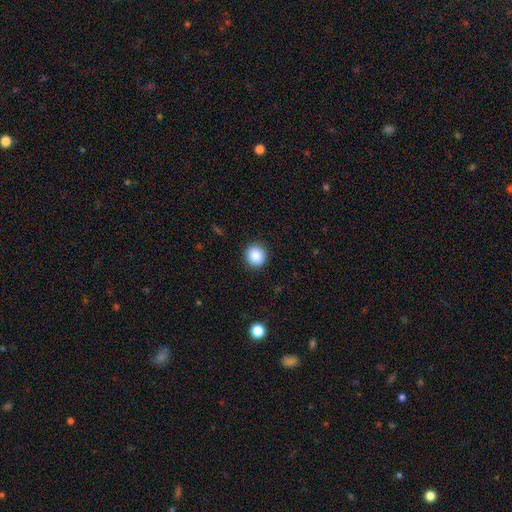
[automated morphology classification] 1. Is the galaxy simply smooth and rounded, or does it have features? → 87% smooth, 9% star or artifact, 4% featured or disk.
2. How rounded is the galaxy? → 91% round, 8% in between, 1% cigar-shaped.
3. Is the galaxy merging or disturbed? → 91% none, 6% minor disturbance, 2% major disturbance, 1% merger.